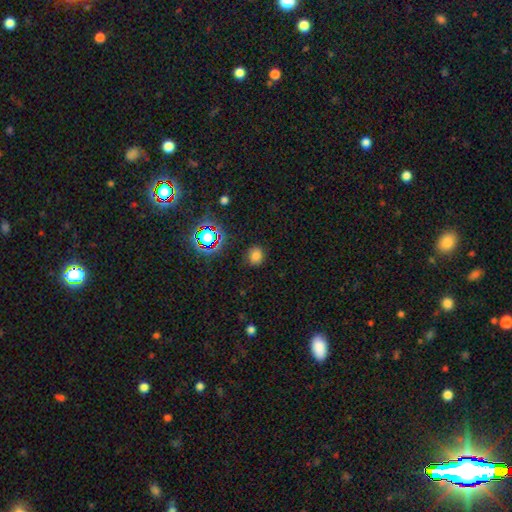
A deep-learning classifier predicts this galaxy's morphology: A smooth galaxy with no disk features (73%) that is round (68%).

Vote fractions:
- Smooth or featured? smooth: 73% / star or artifact: 20% / featured or disk: 6%
- How rounded? round: 68% / in between: 31% / cigar-shaped: 1%
- Merging? none: 85% / minor disturbance: 10% / major disturbance: 3% / merger: 2%